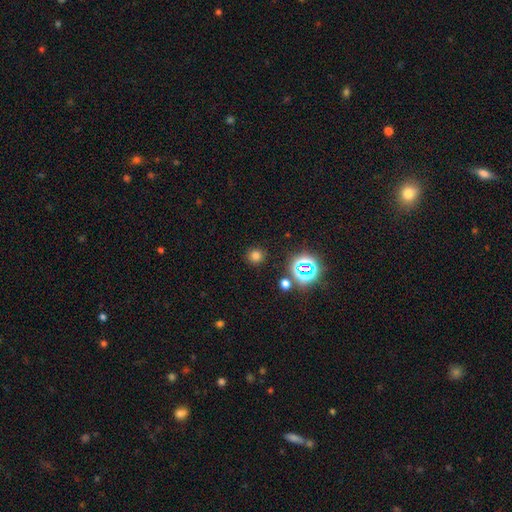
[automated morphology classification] This appears to be a smooth galaxy with no disk features (71%) that is round (91%). Merging: none (88%).